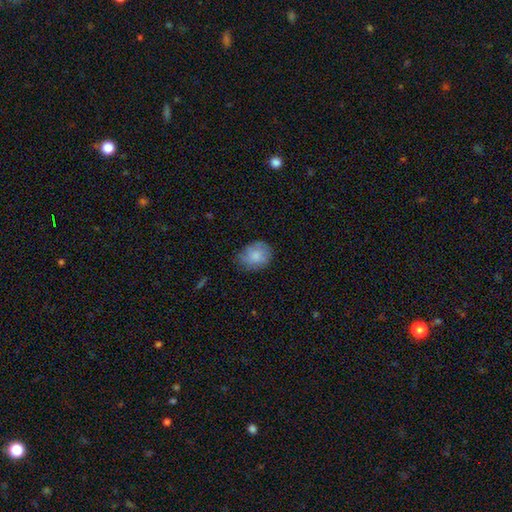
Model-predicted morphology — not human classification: type=smooth (79%); roundness=round (50%); merging=none (67%).